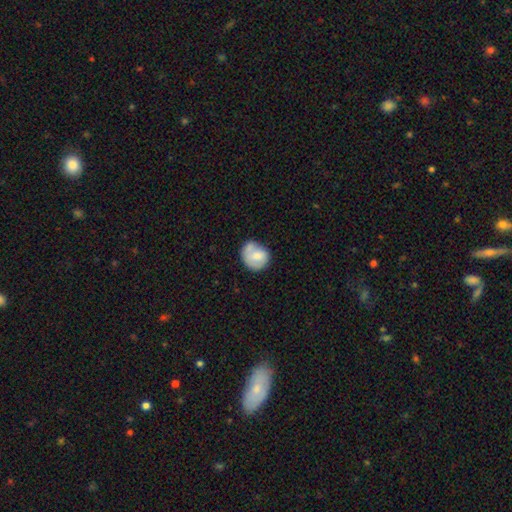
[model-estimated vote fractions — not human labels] This appears to be a smooth galaxy with no disk features (67%) that is round (68%). Merging: none (46%).